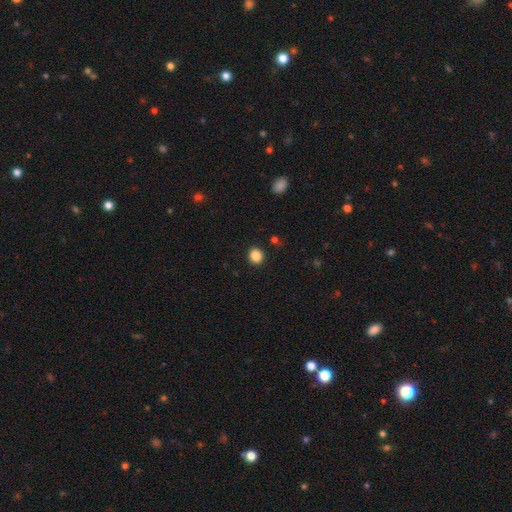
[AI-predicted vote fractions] Morphology: type=smooth (87%); roundness=round (80%); merging=none (91%).